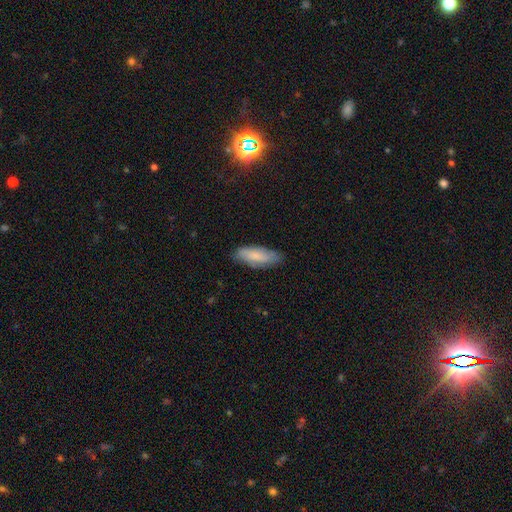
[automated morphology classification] A smooth galaxy with no disk features (75%) that is in between round and cigar-shaped (62%). Merging: none (78%).